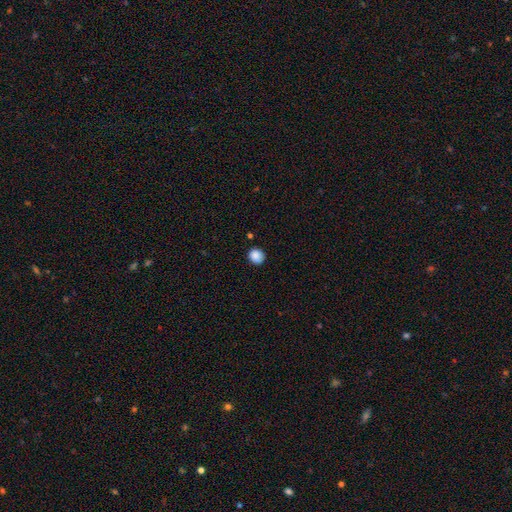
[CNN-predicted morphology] type=smooth (88%); roundness=round (85%); merging=none (87%).